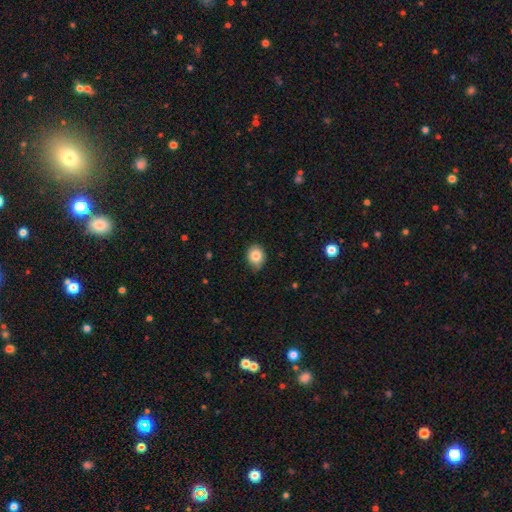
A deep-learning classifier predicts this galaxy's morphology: smooth-or-featured: smooth: 83% | star or artifact: 9% | featured or disk: 7%
  how-rounded: round: 61% | in between: 38% | cigar-shaped: 1%
  merging: none: 75% | minor disturbance: 21% | major disturbance: 3% | merger: 1%